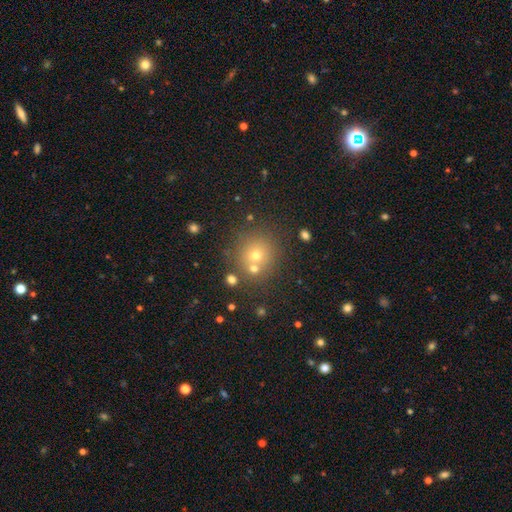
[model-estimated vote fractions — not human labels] Q: Smooth or featured?
A: smooth (63%); runner-up: star or artifact (24%)
Q: How rounded?
A: round (90%); runner-up: in between (9%)
Q: Merging?
A: none (71%); runner-up: merger (17%)